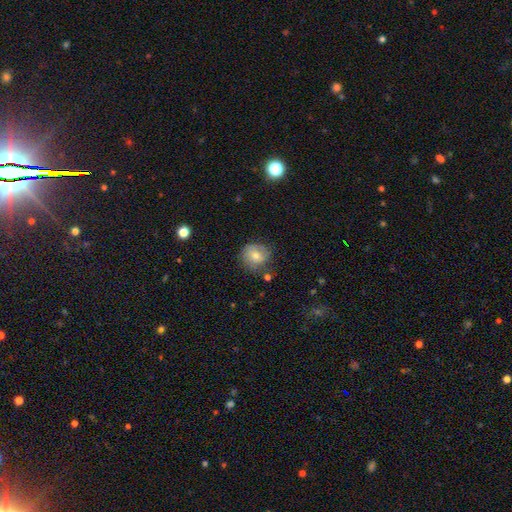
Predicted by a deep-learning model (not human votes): Overall: smooth (66%). How rounded: round (82%). Merging: none (65%).